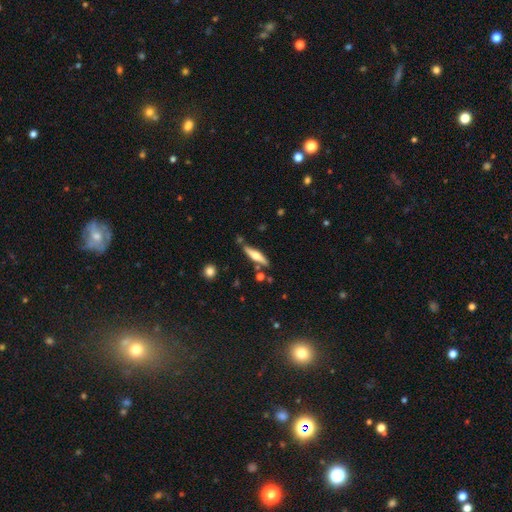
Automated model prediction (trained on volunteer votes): Smooth or featured? featured or disk (51%)
Edge-on disk? yes (93%)
Merging? none (78%)